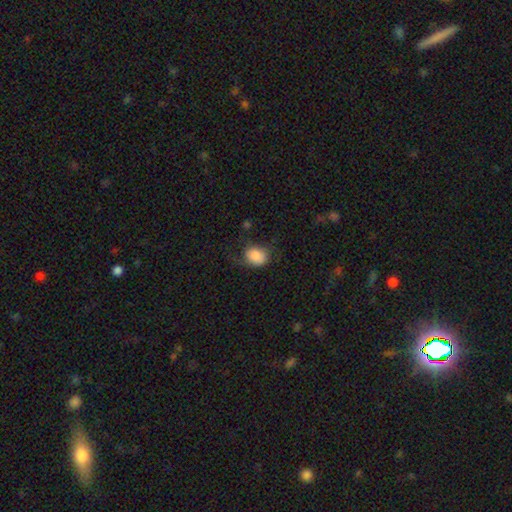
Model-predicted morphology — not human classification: This appears to be a smooth galaxy with no disk features (83%) that is round (50%). Merging: none (56%).